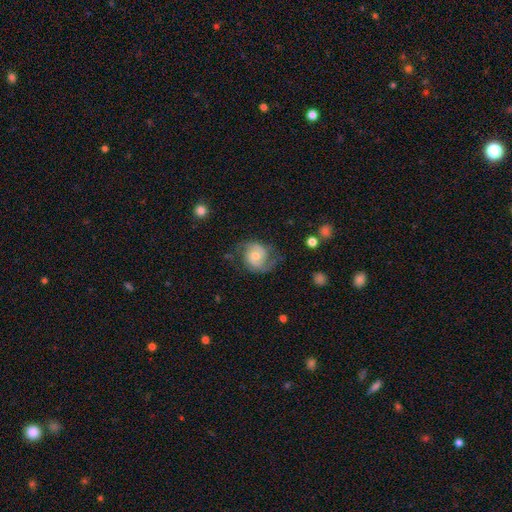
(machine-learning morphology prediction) The model was most divided on "spiral winding": medium: 44%, tight: 35%, loose: 21%. More confident: edge-on disk — no (98%); spiral arms — yes (91%); spiral arm count — 2 (82%); smooth or featured — featured or disk (74%); bar — no (67%); merging — none (61%); bulge size — moderate (61%).